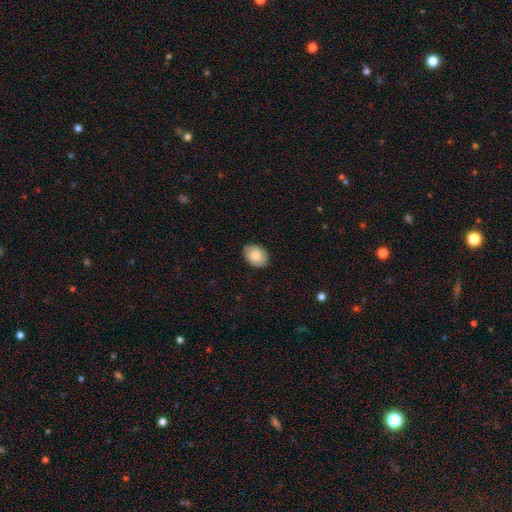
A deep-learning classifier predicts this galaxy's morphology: Smooth or featured? smooth (84%)
How rounded? in between (77%)
Merging? none (85%)